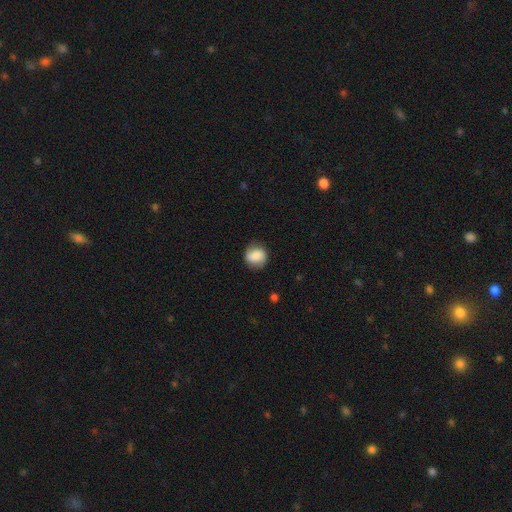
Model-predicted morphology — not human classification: The model was most divided on "how rounded": round: 77%, in between: 22%, cigar-shaped: 1%. More confident: merging — none (79%); smooth or featured — smooth (76%).